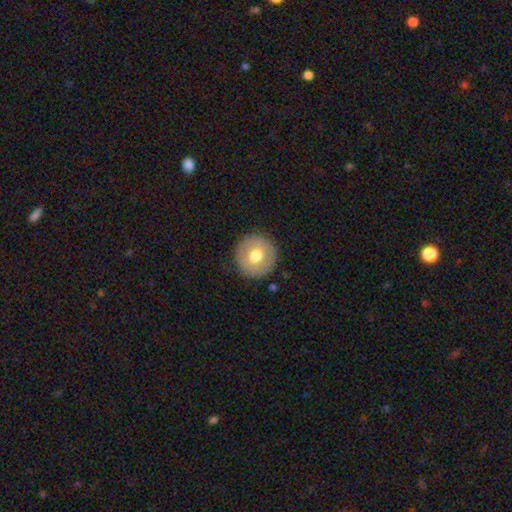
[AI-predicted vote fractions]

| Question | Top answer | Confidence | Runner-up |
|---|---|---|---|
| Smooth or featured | smooth | 65% | featured or disk (28%) |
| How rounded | round | 95% | in between (4%) |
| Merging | none | 90% | minor disturbance (7%) |